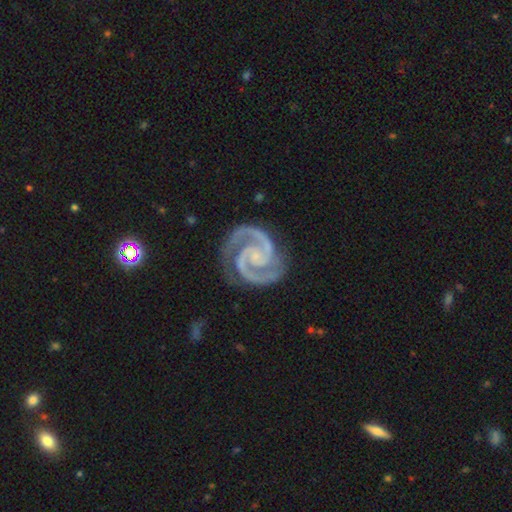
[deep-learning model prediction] Morphology: type=featured or disk (95%); edge-on=no (99%); bar=no (54%); spiral arms=yes (99%); winding=tight (54%); arm count=2 (94%); bulge=small (62%); merging=none (82%).